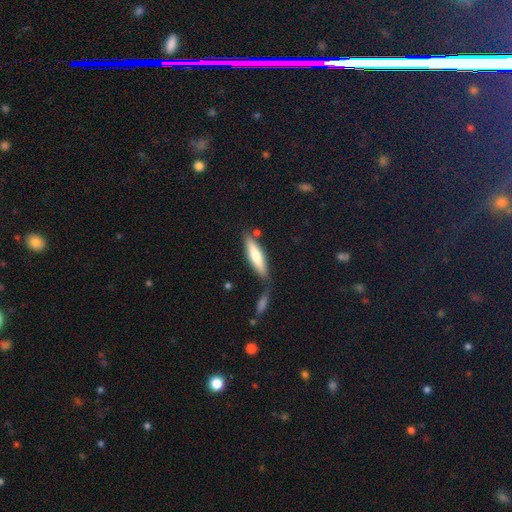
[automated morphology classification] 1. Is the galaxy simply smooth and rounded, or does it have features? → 67% smooth, 28% featured or disk, 5% star or artifact.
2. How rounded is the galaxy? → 75% cigar-shaped, 23% in between, 1% round.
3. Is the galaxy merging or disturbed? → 64% none, 16% minor disturbance, 15% merger, 5% major disturbance.